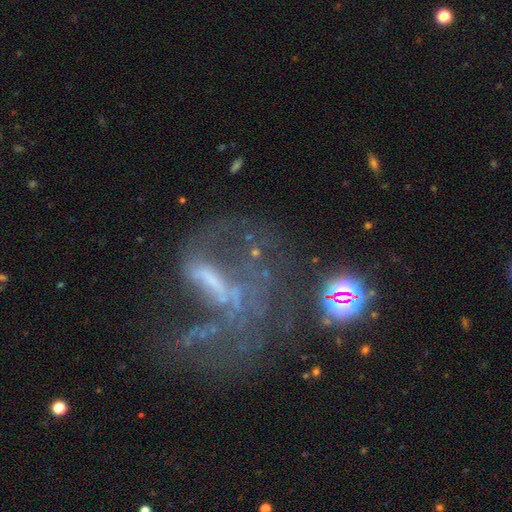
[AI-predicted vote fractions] featured or disk 64%, star or artifact 22%, smooth 14%. Down the decision tree: edge-on disk — no (92%); bar — no (39%); spiral arms — no (55%); bulge size — none (52%); merging — major disturbance (47%).